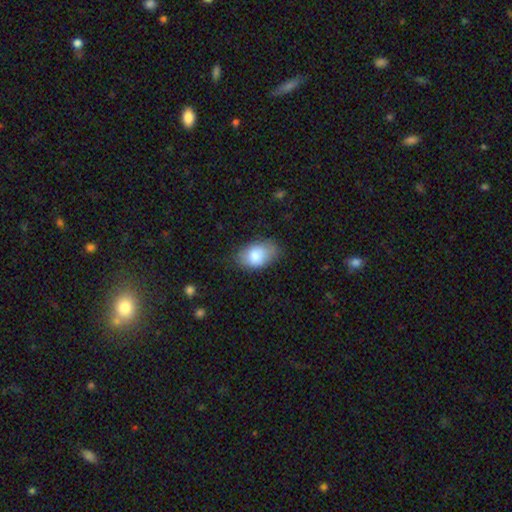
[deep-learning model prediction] This appears to be a smooth galaxy with no disk features (83%) that is in between round and cigar-shaped (90%). Merging: none (72%).